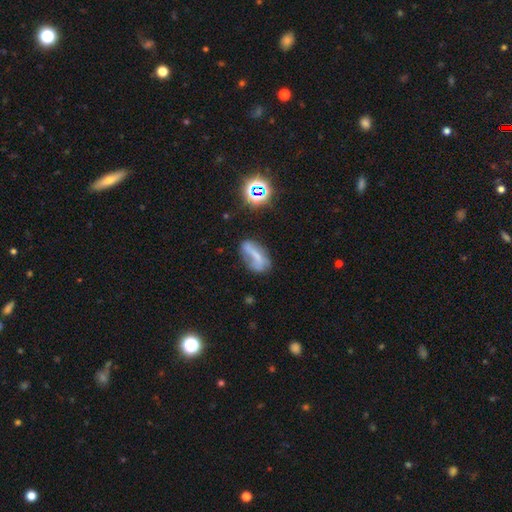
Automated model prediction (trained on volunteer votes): Smooth or featured?
  - smooth: 42% * (tied)
  - featured or disk: 42% * (tied)
  - star or artifact: 16%
Merging?
  - none: 47% *
  - minor disturbance: 27%
  - major disturbance: 19%
  - merger: 7%